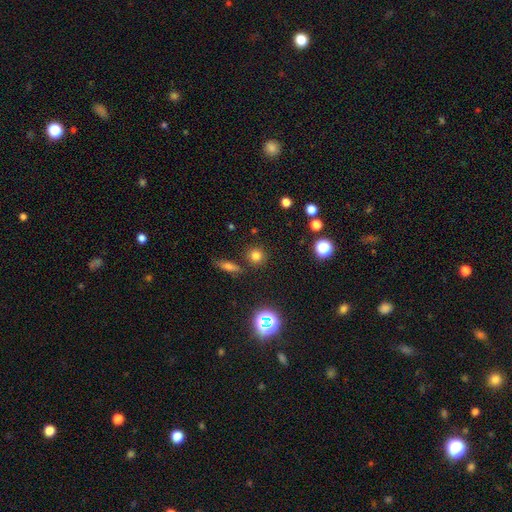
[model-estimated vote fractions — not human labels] This is likely a smooth galaxy (75%). How rounded: clearly round (92%). Merging: clearly none (86%).